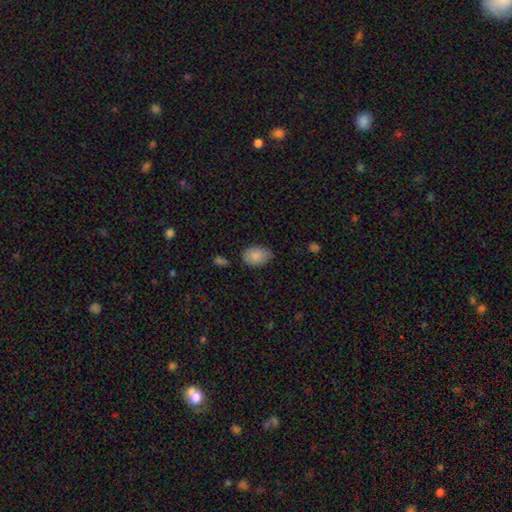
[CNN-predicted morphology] A smooth galaxy with no disk features (85%) that is in between round and cigar-shaped (86%).

Vote fractions:
- Smooth or featured? smooth: 85% / featured or disk: 8% / star or artifact: 7%
- How rounded? in between: 86% / round: 13% / cigar-shaped: 1%
- Merging? none: 75% / minor disturbance: 20% / major disturbance: 3% / merger: 2%